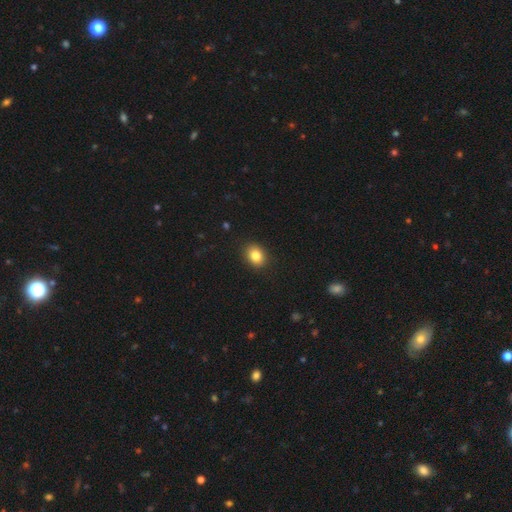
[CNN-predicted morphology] Smooth or featured: smooth — 84% (star or artifact — 10%)
How rounded: in between — 56% (round — 43%)
Merging: none — 89% (minor disturbance — 8%)